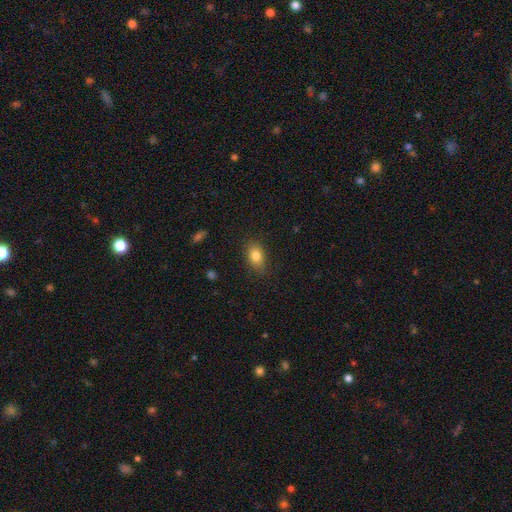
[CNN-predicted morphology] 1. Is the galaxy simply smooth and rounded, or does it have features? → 82% smooth, 9% star or artifact, 8% featured or disk.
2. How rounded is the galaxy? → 77% in between, 21% round, 2% cigar-shaped.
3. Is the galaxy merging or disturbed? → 83% none, 13% minor disturbance, 3% major disturbance, 1% merger.